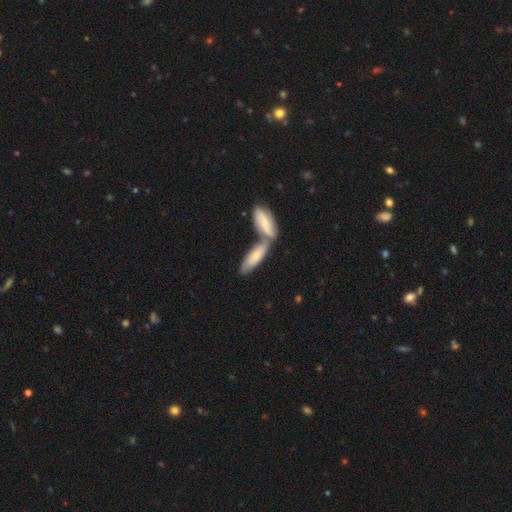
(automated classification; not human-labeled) Smooth or featured?
  - smooth: 65% *
  - featured or disk: 30%
  - star or artifact: 5%
How rounded?
  - in between: 55% *
  - cigar-shaped: 43%
  - round: 2%
Merging?
  - merger: 56% *
  - none: 32%
  - minor disturbance: 9%
  - major disturbance: 3%